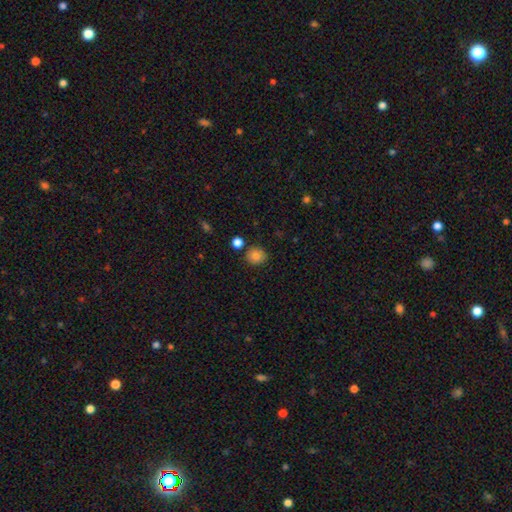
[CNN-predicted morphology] Smooth or featured?
  - smooth: 82% *
  - star or artifact: 11%
  - featured or disk: 7%
How rounded?
  - round: 84% *
  - in between: 15%
  - cigar-shaped: 1%
Merging?
  - none: 84% *
  - minor disturbance: 9%
  - merger: 5%
  - major disturbance: 2%